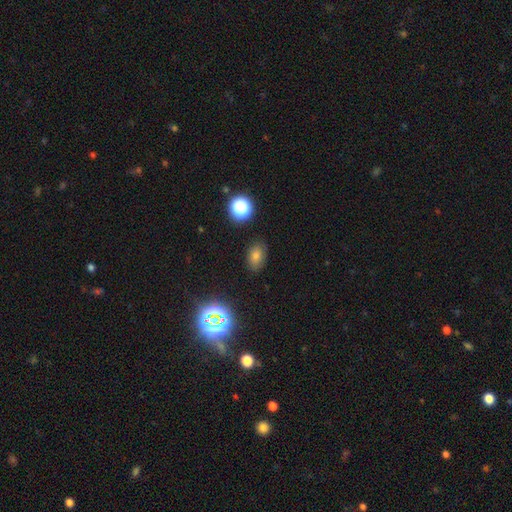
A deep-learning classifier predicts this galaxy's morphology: Smooth or featured?
  - smooth: 70% *
  - star or artifact: 20%
  - featured or disk: 10%
How rounded?
  - in between: 80% *
  - round: 19%
  - cigar-shaped: 2%
Merging?
  - none: 84% *
  - minor disturbance: 12%
  - major disturbance: 3%
  - merger: 2%